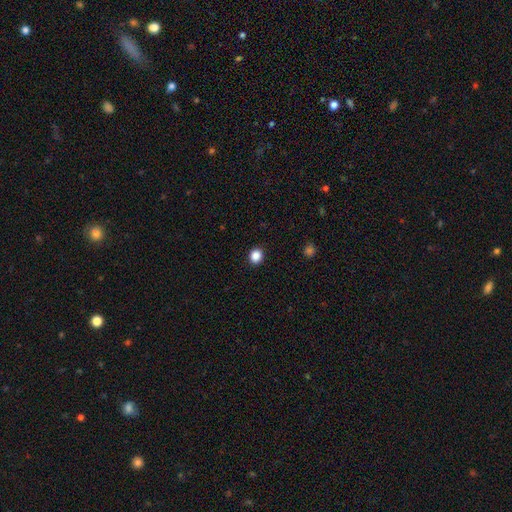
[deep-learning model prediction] Smooth or featured: smooth — 87% (star or artifact — 10%)
How rounded: round — 74% (in between — 25%)
Merging: none — 91% (minor disturbance — 6%)